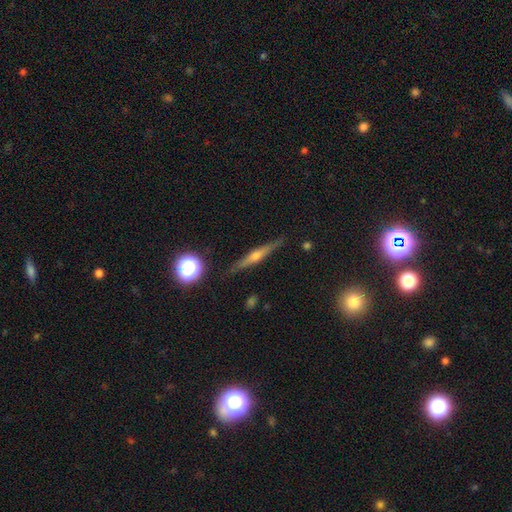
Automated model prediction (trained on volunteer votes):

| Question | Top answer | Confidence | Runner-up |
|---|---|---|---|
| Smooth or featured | featured or disk | 66% | smooth (24%) |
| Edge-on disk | yes | 96% | no (4%) |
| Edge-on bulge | rounded | 85% | none (9%) |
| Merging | none | 87% | minor disturbance (10%) |